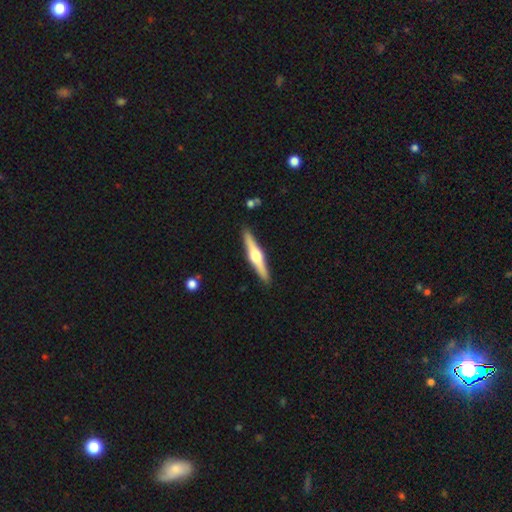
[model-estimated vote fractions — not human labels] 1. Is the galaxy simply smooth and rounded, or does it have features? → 70% featured or disk, 25% smooth, 5% star or artifact.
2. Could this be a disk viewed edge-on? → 98% yes, 2% no.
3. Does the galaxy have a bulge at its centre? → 95% rounded, 3% boxy, 2% none.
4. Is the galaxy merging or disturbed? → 91% none, 7% minor disturbance, 1% merger, 1% major disturbance.